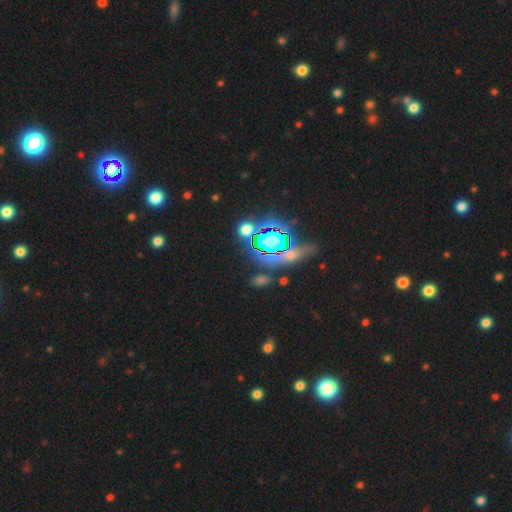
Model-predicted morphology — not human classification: Smooth or featured? Predicted: star or artifact (p=0.83).